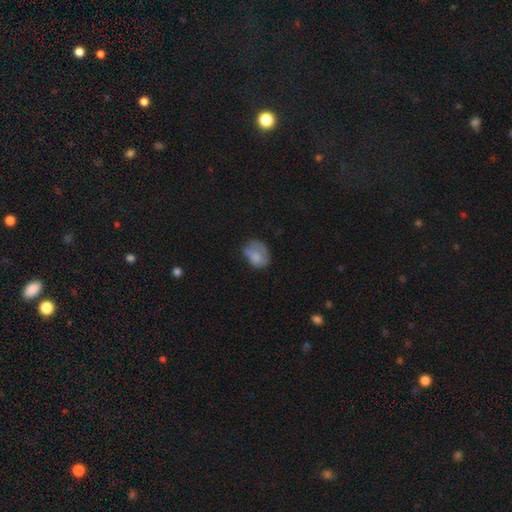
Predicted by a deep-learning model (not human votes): Overall: smooth (72%). How rounded: in between (63%; round 36%). Merging: none (40%; minor disturbance 35%).